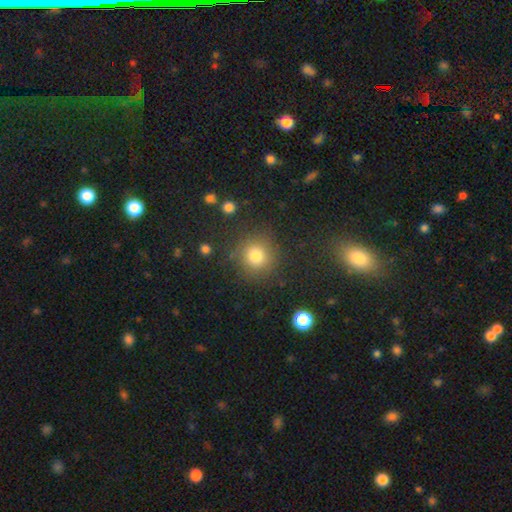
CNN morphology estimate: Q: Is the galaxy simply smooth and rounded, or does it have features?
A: smooth — 78%.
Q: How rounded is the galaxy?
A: round — 91%.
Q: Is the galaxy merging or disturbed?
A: none — 84%.